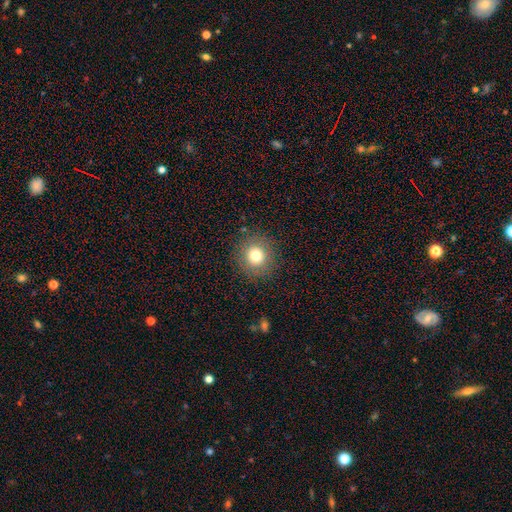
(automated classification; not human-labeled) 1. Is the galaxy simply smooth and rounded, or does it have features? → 76% smooth, 13% star or artifact, 11% featured or disk.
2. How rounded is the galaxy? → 93% round, 6% in between, 1% cigar-shaped.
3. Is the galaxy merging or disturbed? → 88% none, 7% minor disturbance, 3% major disturbance, 1% merger.